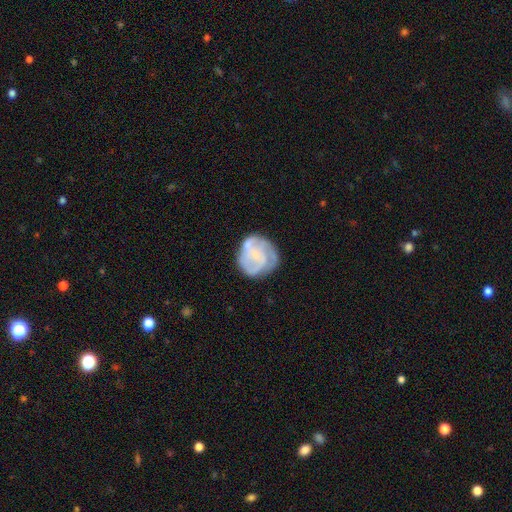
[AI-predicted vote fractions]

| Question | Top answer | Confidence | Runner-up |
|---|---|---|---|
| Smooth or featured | featured or disk | 65% | smooth (29%) |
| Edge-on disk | no | 98% | yes (2%) |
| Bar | no | 70% | weak (25%) |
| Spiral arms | yes | 73% | no (27%) |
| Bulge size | small | 67% | moderate (17%) |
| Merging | none | 57% | minor disturbance (23%) |